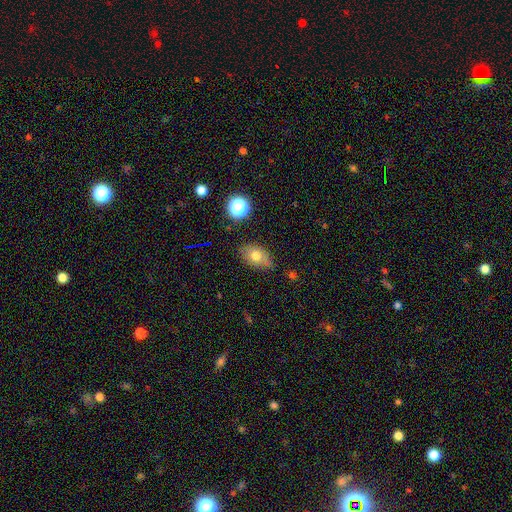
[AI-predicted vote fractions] smooth-or-featured: smooth: 72% | featured or disk: 17% | star or artifact: 12%
  how-rounded: in between: 78% | round: 20% | cigar-shaped: 2%
  merging: none: 67% | minor disturbance: 26% | major disturbance: 5% | merger: 3%